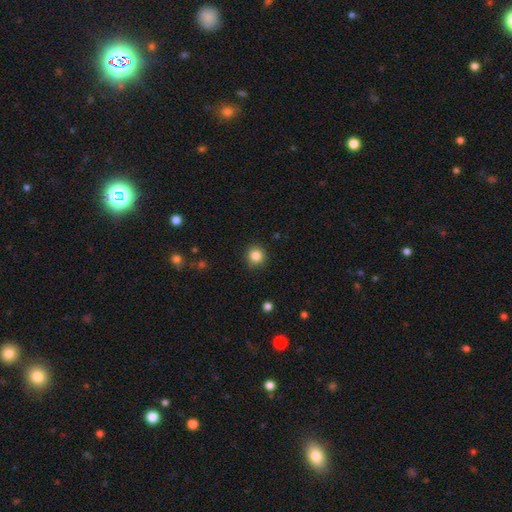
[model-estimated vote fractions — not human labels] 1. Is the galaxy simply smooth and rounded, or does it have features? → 85% smooth, 11% star or artifact, 4% featured or disk.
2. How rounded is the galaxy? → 93% round, 6% in between, 1% cigar-shaped.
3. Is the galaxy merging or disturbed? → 89% none, 7% minor disturbance, 2% major disturbance, 1% merger.